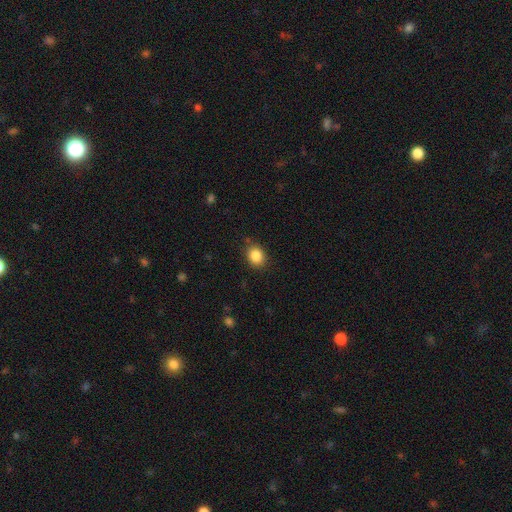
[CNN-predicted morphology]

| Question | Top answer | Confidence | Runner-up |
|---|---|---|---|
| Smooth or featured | smooth | 87% | star or artifact (9%) |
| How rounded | round | 59% | in between (40%) |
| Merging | none | 85% | minor disturbance (11%) |